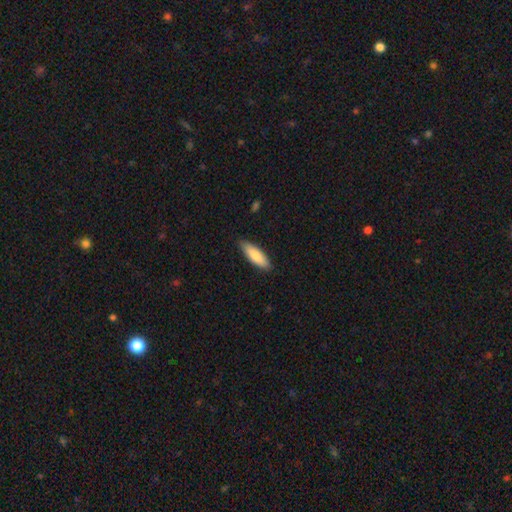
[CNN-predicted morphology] type=smooth (82%); roundness=in between (53%); merging=none (85%).